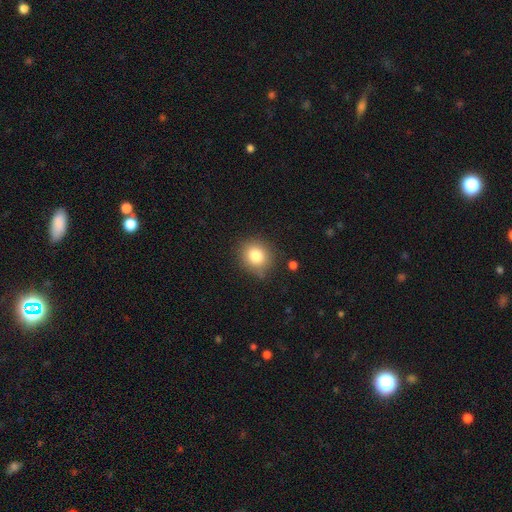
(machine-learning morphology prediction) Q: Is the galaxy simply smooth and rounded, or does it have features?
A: smooth — 81%.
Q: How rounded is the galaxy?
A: round — 78%.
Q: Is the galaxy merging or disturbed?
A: none — 80%.